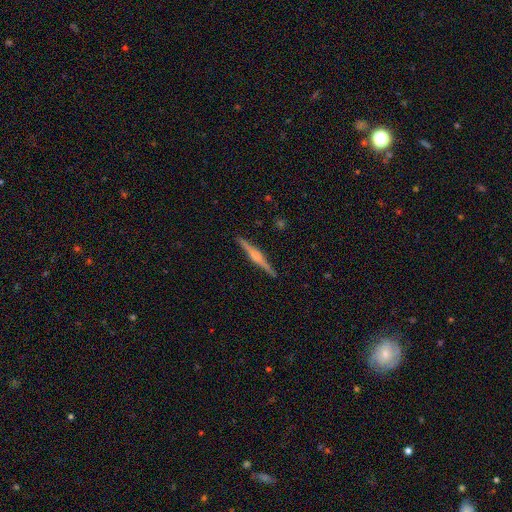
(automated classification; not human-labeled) smooth_or_featured: featured or disk (p=0.75) [alt: smooth p=0.19]
disk_edge_on: yes (p=0.98) [alt: no p=0.02]
edge_on_bulge: rounded (p=0.76) [alt: boxy p=0.15]
merging: none (p=0.91) [alt: minor disturbance p=0.06]